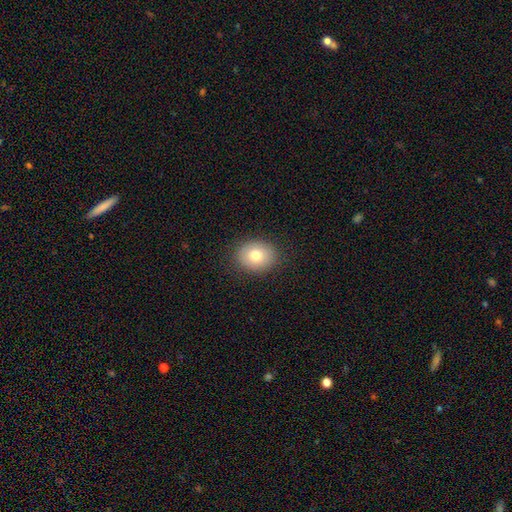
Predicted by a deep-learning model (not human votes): smooth-or-featured: smooth: 76% | featured or disk: 14% | star or artifact: 10%
  how-rounded: round: 55% | in between: 45% | cigar-shaped: 1%
  merging: none: 88% | minor disturbance: 9% | major disturbance: 3% | merger: 1%